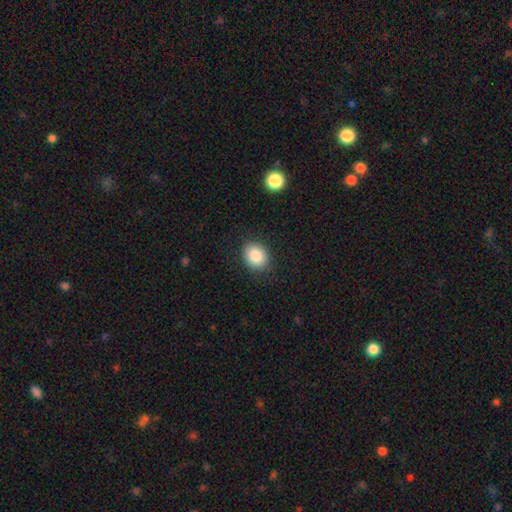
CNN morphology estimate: Smooth or featured? smooth (85%)
How rounded? round (58%)
Merging? none (88%)